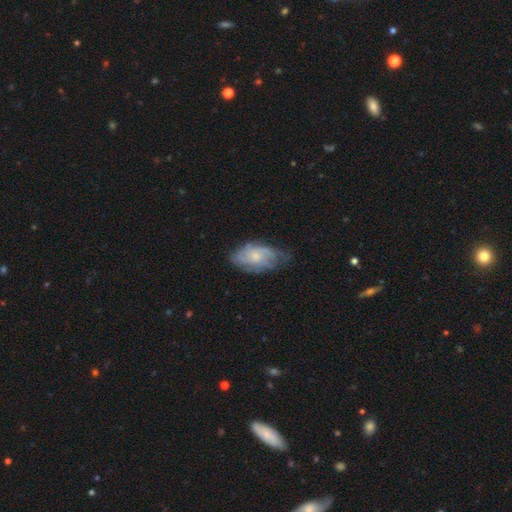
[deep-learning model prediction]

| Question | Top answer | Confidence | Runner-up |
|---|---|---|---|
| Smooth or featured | featured or disk | 61% | smooth (32%) |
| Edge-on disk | no | 95% | yes (5%) |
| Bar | no | 78% | weak (20%) |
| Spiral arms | yes | 82% | no (18%) |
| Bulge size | small | 55% | moderate (34%) |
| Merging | none | 58% | minor disturbance (30%) |